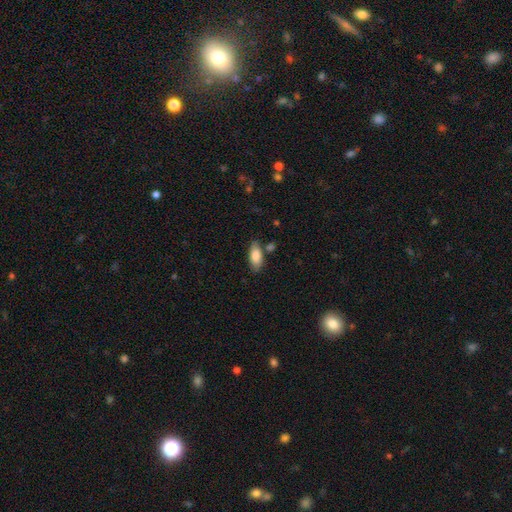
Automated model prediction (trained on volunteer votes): Smooth or featured? smooth (84%)
How rounded? in between (84%)
Merging? none (71%)